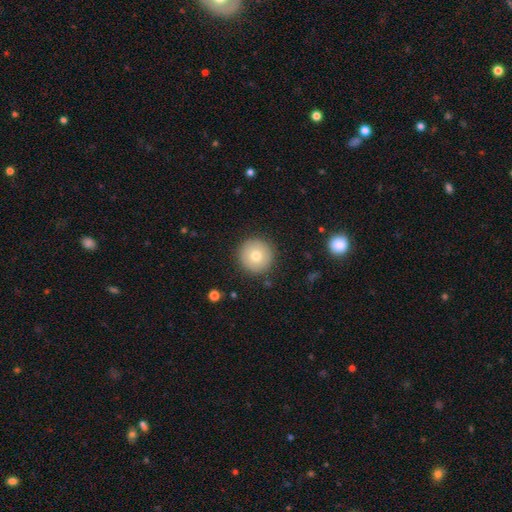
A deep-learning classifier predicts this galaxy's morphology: smooth-or-featured: smooth: 76% | featured or disk: 14% | star or artifact: 9%
  how-rounded: round: 96% | in between: 3% | cigar-shaped: 1%
  merging: none: 90% | minor disturbance: 7% | major disturbance: 2% | merger: 1%